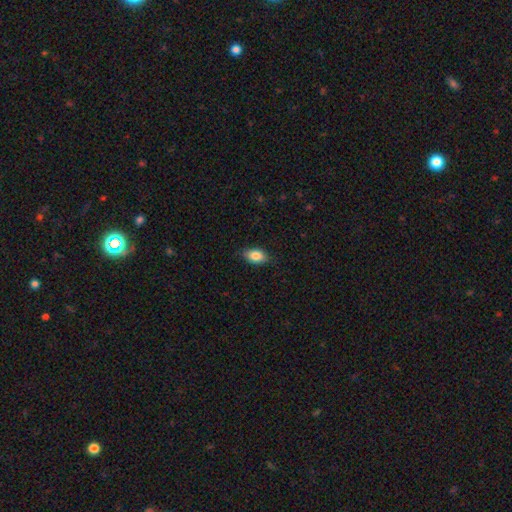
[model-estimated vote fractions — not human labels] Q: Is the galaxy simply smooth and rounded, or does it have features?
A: smooth — 83%.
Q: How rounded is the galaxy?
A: in between — 87%.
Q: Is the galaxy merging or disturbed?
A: none — 83%.